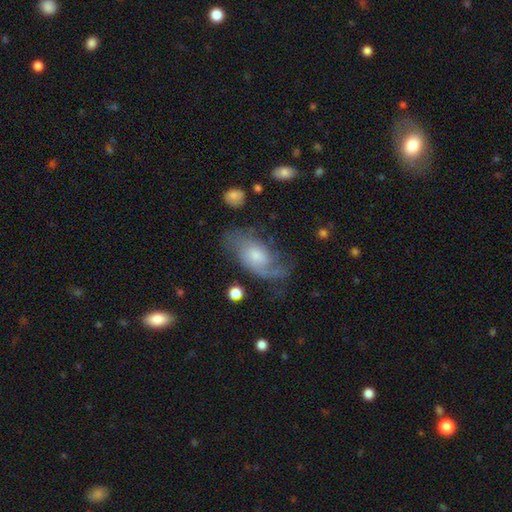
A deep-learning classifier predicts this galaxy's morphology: Smooth or featured: featured or disk — 71% (smooth — 21%)
Edge-on disk: no — 95% (yes — 5%)
Bar: no — 72% (weak — 25%)
Spiral arms: yes — 89% (no — 11%)
Spiral winding: medium — 42% (loose — 32%)
Spiral arm count: 2 — 51% (1 — 23%)
Bulge size: moderate — 45% (small — 40%)
Merging: none — 54% (minor disturbance — 23%)